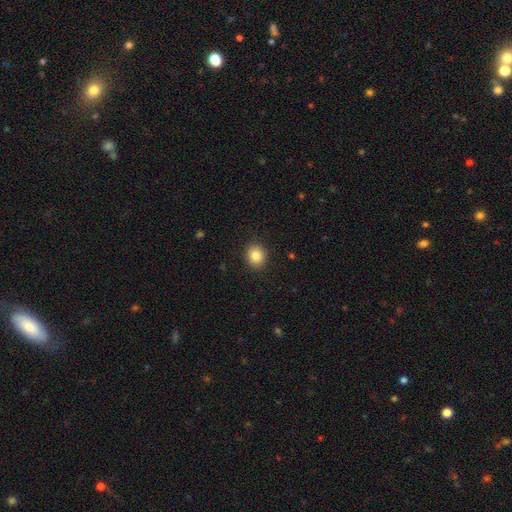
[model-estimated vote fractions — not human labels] smooth_or_featured: smooth (p=0.84) [alt: star or artifact p=0.10]
how_rounded: round (p=0.75) [alt: in between p=0.24]
merging: none (p=0.90) [alt: minor disturbance p=0.07]